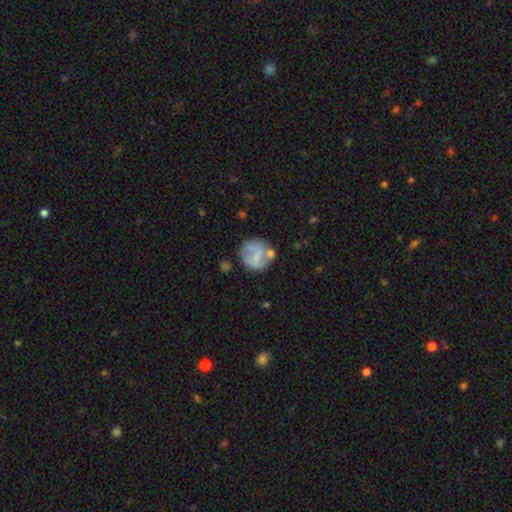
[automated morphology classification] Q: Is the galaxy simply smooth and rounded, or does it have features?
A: smooth — 52%.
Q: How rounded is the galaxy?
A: round — 83%.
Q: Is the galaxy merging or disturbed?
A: none — 53%.